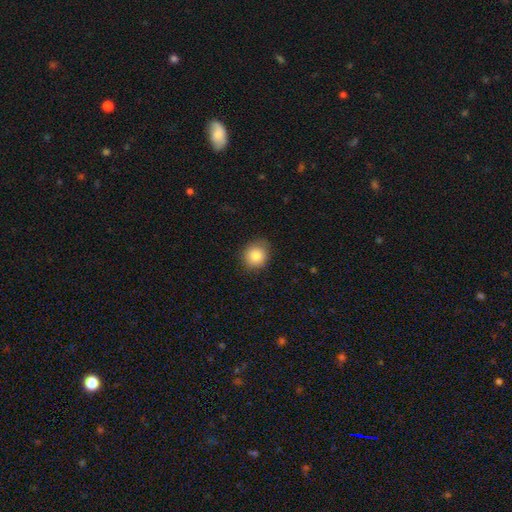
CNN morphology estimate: Overall: smooth (85%). How rounded: round (80%). Merging: none (83%).